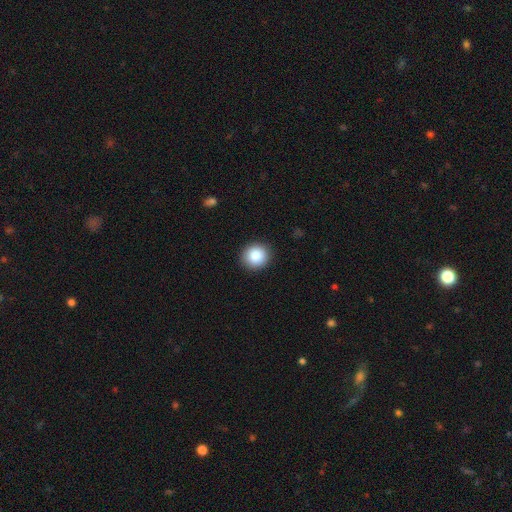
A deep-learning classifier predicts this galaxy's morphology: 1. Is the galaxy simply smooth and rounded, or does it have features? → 87% smooth, 8% star or artifact, 5% featured or disk.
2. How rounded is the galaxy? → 89% round, 10% in between, 1% cigar-shaped.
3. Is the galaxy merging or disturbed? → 91% none, 6% minor disturbance, 2% major disturbance, 1% merger.